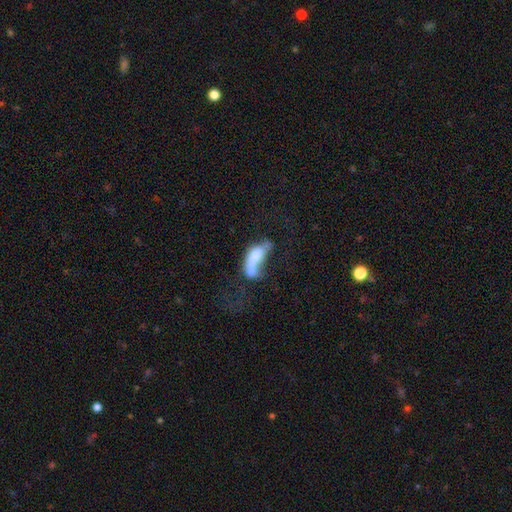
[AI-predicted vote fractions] Morphology: type=smooth (54%); roundness=in between (66%); merging=major disturbance (35%, tied with merger).